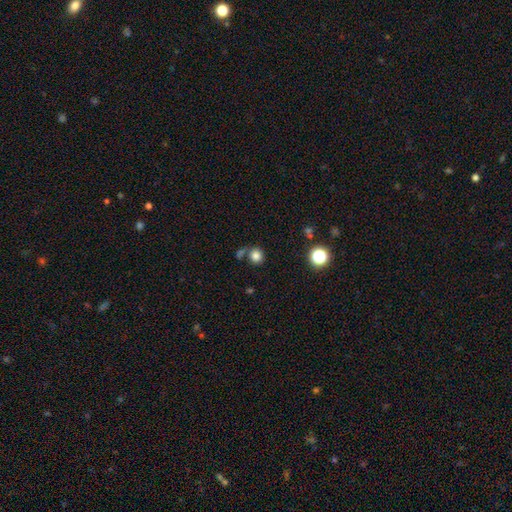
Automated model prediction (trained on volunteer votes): Smooth or featured: smooth — 81% (star or artifact — 14%)
How rounded: round — 86% (in between — 13%)
Merging: none — 70% (merger — 15%)